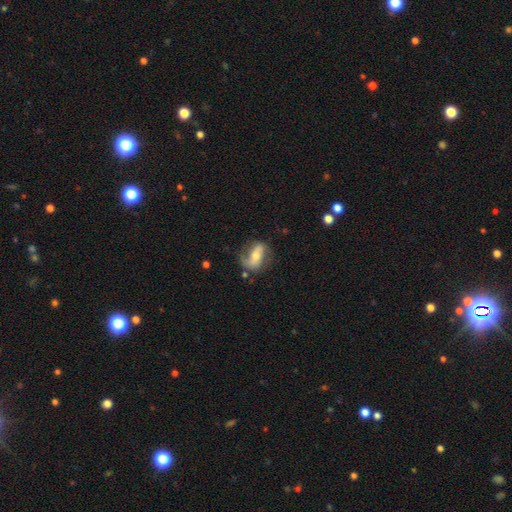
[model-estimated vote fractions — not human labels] A featured or disk galaxy (65%) with a strong bar (39%), spiral arms (82%) and a moderate central bulge (56%).

Vote fractions:
- Smooth or featured? featured or disk: 65% / smooth: 28% / star or artifact: 7%
- Edge-on disk? no: 92% / yes: 8%
- Bar? strong: 39% / no: 31% / weak: 30%
- Spiral arms? yes: 82% / no: 18%
- Bulge size? moderate: 56% / small: 35% / large: 5% / none: 2% / dominant: 1%
- Merging? none: 63% / minor disturbance: 22% / major disturbance: 12% / merger: 3%